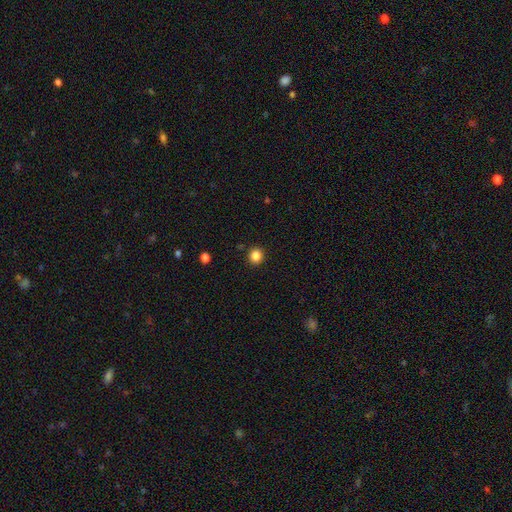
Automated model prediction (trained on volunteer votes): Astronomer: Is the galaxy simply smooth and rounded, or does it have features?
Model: smooth — 85%.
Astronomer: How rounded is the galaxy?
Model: round — 85%.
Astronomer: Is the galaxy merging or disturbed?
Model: none — 91%.